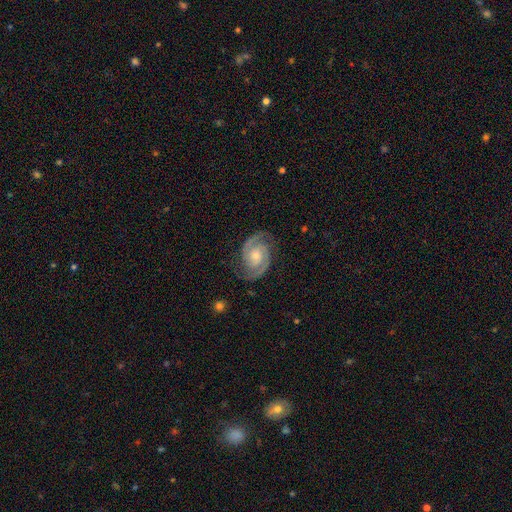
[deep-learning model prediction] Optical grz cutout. It shows a featured or disk galaxy (92%) with no bar (63%), 2 (93%) tight (48%) spiral arms (99%) and a moderate central bulge (55%). Merging: none (84%).